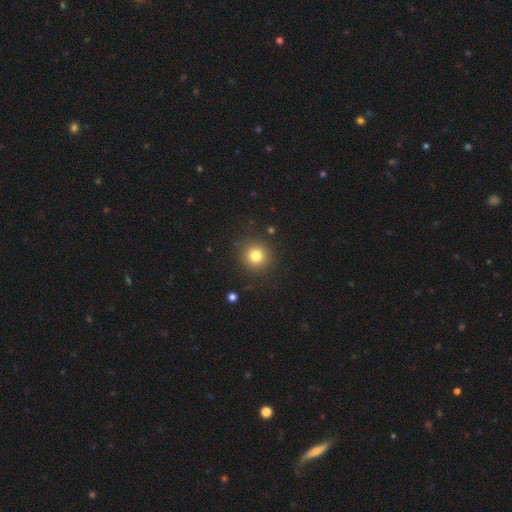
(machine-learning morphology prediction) Smooth or featured? Predicted: smooth (p=0.80). How rounded? Predicted: round (p=0.93). Merging? Predicted: none (p=0.89).